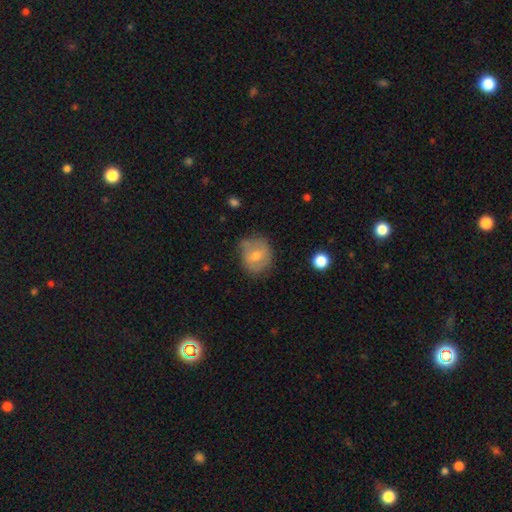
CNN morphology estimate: smooth-or-featured: smooth: 57% | featured or disk: 34% | star or artifact: 9%
  how-rounded: round: 73% | in between: 26% | cigar-shaped: 1%
  merging: none: 65% | minor disturbance: 25% | major disturbance: 6% | merger: 3%